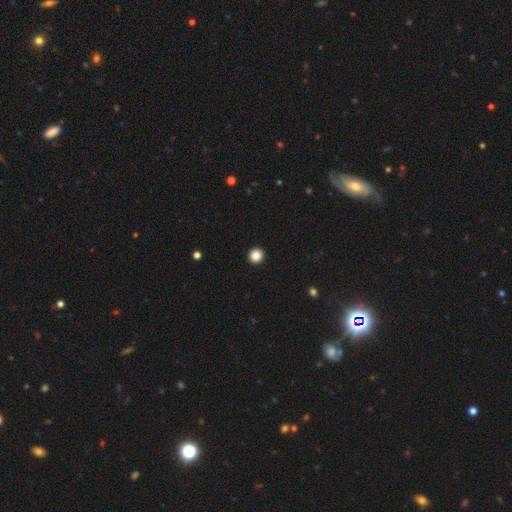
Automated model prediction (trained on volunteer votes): Smooth or featured? smooth (86%)
How rounded? round (96%)
Merging? none (94%)